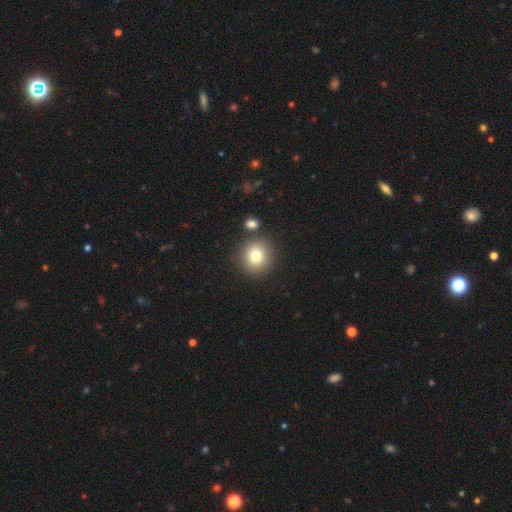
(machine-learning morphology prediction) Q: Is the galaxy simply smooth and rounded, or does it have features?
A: smooth — 78%.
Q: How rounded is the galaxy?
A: round — 92%.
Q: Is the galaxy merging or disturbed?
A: none — 83%.